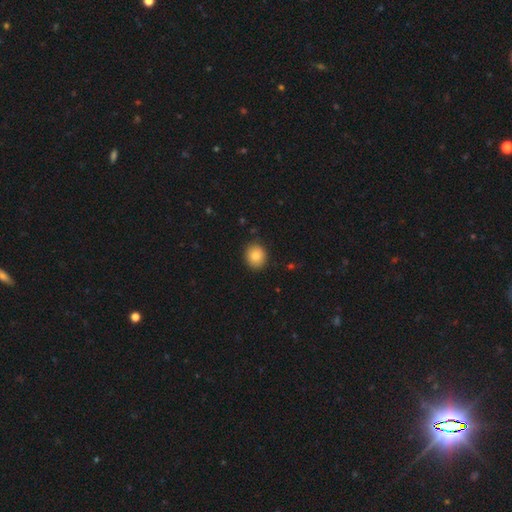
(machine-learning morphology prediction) Overall: smooth (83%). How rounded: round (74%). Merging: none (89%).